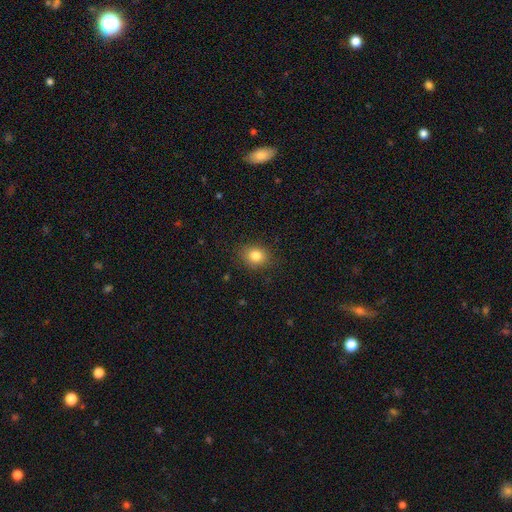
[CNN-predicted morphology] A smooth galaxy with no disk features (81%) that is round (60%). Merging: none (87%).